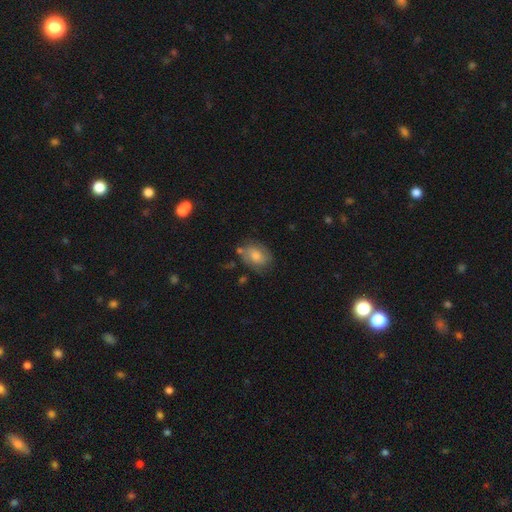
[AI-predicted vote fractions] Overall: smooth (57%; featured or disk 35%). How rounded: in between (72%). Merging: none (64%).